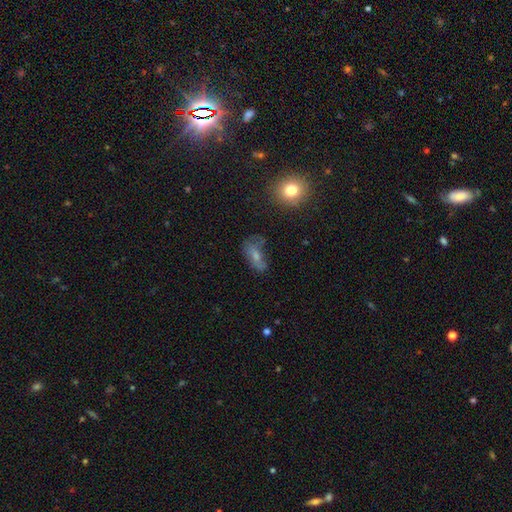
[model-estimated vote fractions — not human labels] smooth 54%, featured or disk 32%, star or artifact 14%. Down the decision tree: how rounded — in between (79%); merging — none (44%).